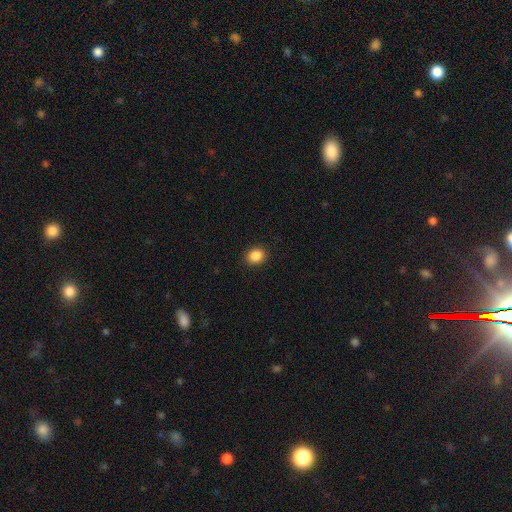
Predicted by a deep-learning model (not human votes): Smooth or featured? Predicted: smooth (p=0.88). How rounded? Predicted: round (p=0.60). Merging? Predicted: none (p=0.90).